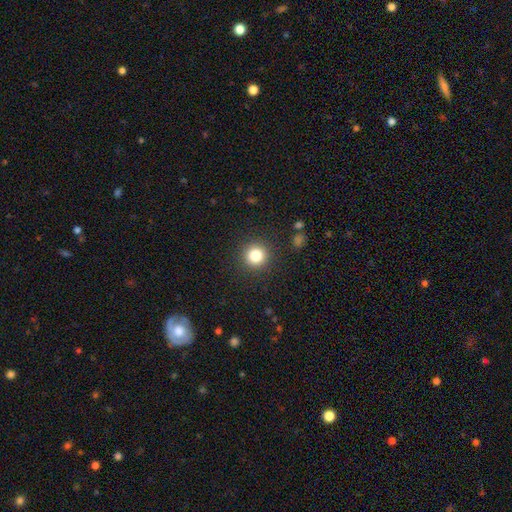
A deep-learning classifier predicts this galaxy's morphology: This appears to be a smooth galaxy with no disk features (82%) that is round (95%). Merging: none (91%).